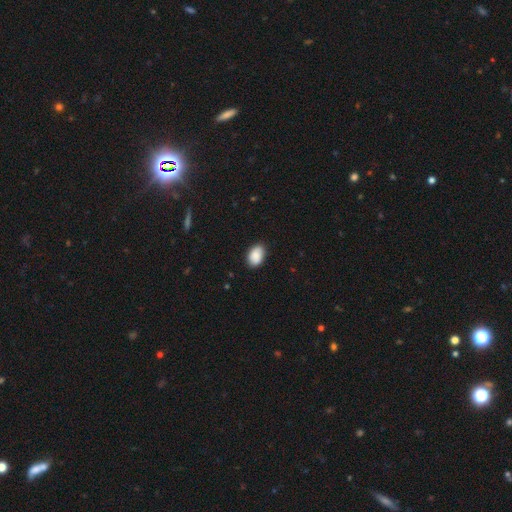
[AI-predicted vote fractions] A smooth galaxy with no disk features (89%) that is in between round and cigar-shaped (90%).

Vote fractions:
- Smooth or featured? smooth: 89% / star or artifact: 6% / featured or disk: 5%
- How rounded? in between: 90% / round: 9% / cigar-shaped: 1%
- Merging? none: 86% / minor disturbance: 11% / major disturbance: 2% / merger: 1%